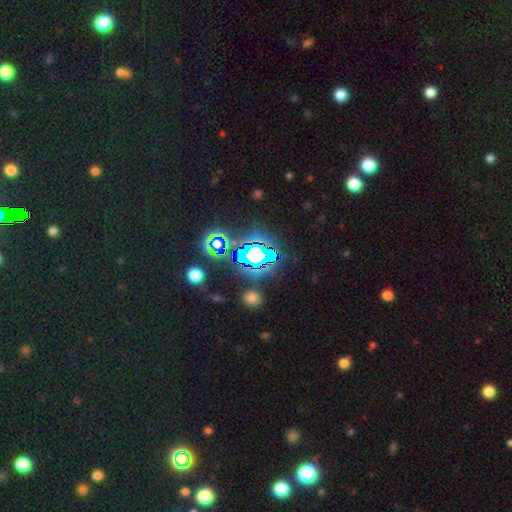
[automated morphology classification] This is likely a star or artifact rather than a galaxy (73%).